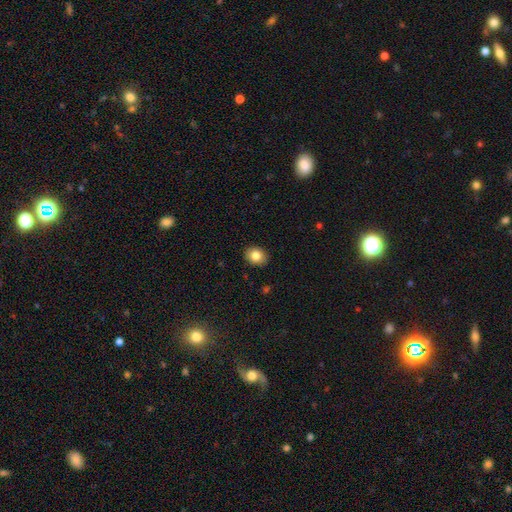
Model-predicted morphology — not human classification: Smooth or featured? smooth (84%)
How rounded? round (56%)
Merging? none (89%)